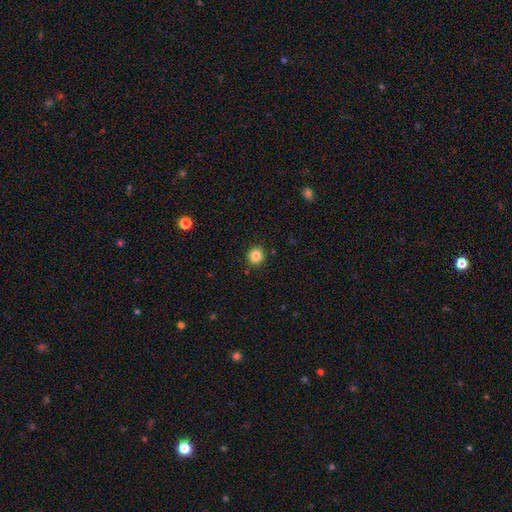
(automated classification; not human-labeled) Smooth or featured? Predicted: smooth (p=0.85). How rounded? Predicted: round (p=0.90). Merging? Predicted: none (p=0.91).